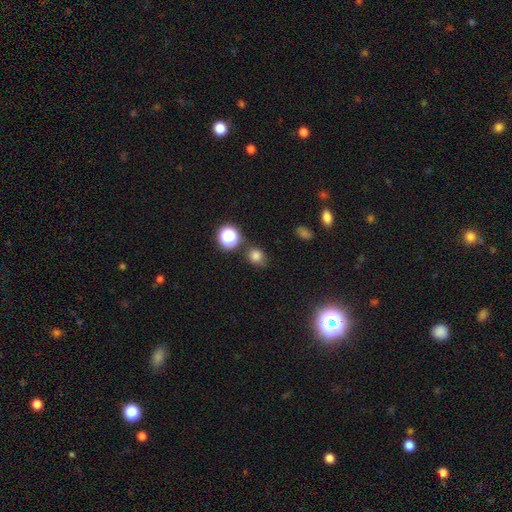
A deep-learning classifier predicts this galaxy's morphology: Smooth or featured? smooth (77%)
How rounded? round (66%)
Merging? none (70%)